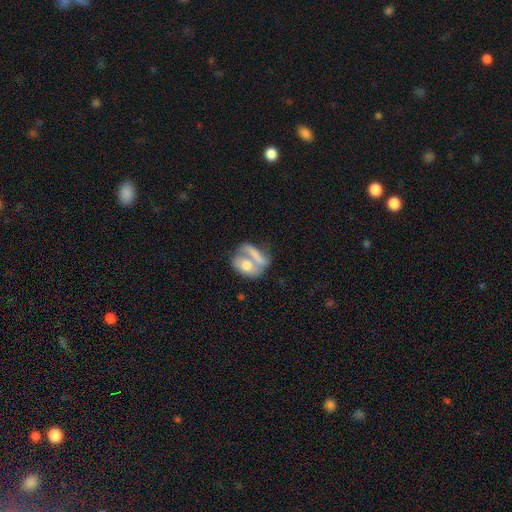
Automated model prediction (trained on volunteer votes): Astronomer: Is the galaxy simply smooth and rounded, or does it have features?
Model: smooth — 58% (runner-up: featured or disk, 34%).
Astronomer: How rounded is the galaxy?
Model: in between — 67%.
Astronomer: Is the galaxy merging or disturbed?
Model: merger — 57%.